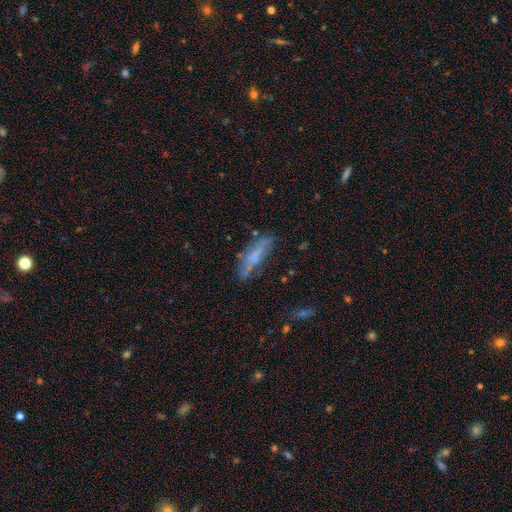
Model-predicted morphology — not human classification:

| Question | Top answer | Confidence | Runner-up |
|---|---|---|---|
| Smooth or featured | smooth | 47% | featured or disk (43%) |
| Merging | none | 60% | minor disturbance (24%) |